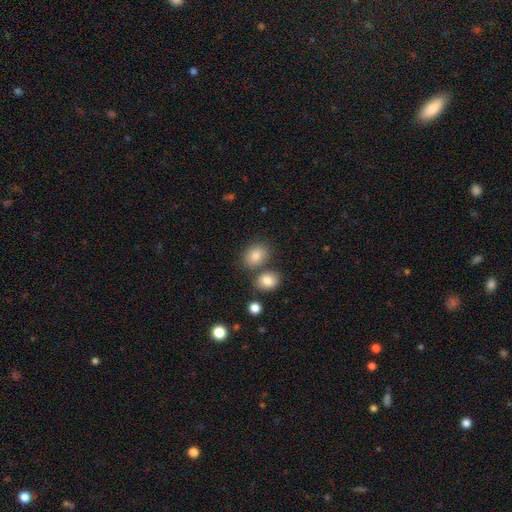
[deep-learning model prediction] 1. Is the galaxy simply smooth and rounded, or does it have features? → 83% smooth, 9% star or artifact, 8% featured or disk.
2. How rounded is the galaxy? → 65% in between, 34% round, 1% cigar-shaped.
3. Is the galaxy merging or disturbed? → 65% none, 19% merger, 12% minor disturbance, 4% major disturbance.